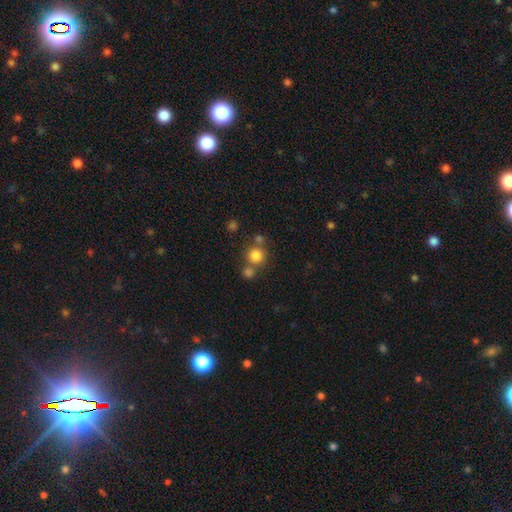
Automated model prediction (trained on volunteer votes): A smooth galaxy with no disk features (79%) that is round (92%).

Vote fractions:
- Smooth or featured? smooth: 79% / star or artifact: 14% / featured or disk: 7%
- How rounded? round: 92% / in between: 7% / cigar-shaped: 1%
- Merging? none: 66% / merger: 24% / minor disturbance: 8% / major disturbance: 3%